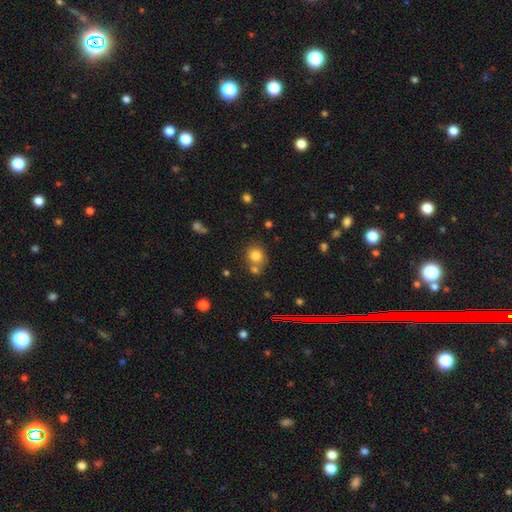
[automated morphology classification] Smooth or featured? smooth (80%)
How rounded? round (81%)
Merging? none (64%)